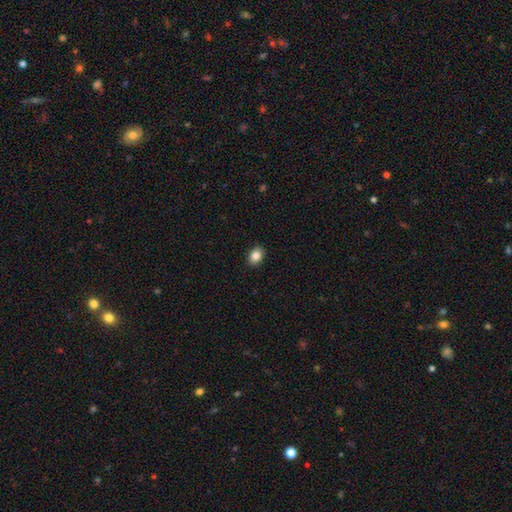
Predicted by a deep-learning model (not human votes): Overall: smooth (85%). How rounded: in between (69%; round 30%). Merging: none (91%).